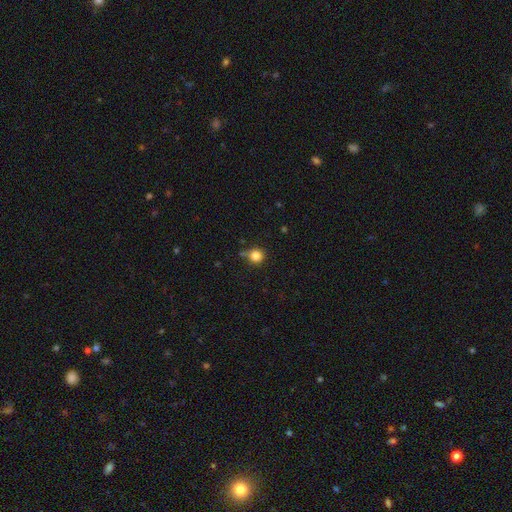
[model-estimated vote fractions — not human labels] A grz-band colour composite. It shows a smooth galaxy with no disk features (83%) that is round (92%). Merging: none (74%).